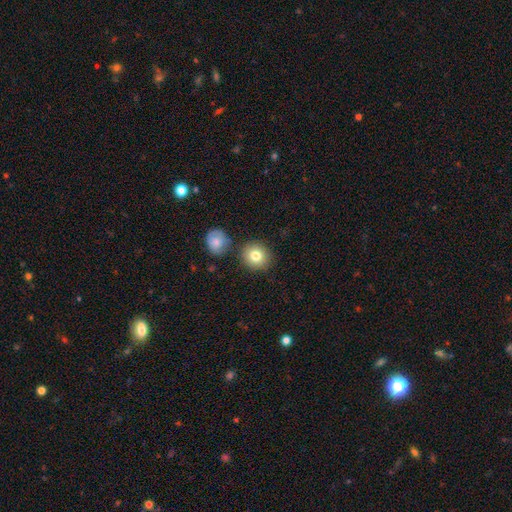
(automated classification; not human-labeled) This is clearly a smooth galaxy (81%). How rounded: clearly round (89%). Merging: clearly none (82%).